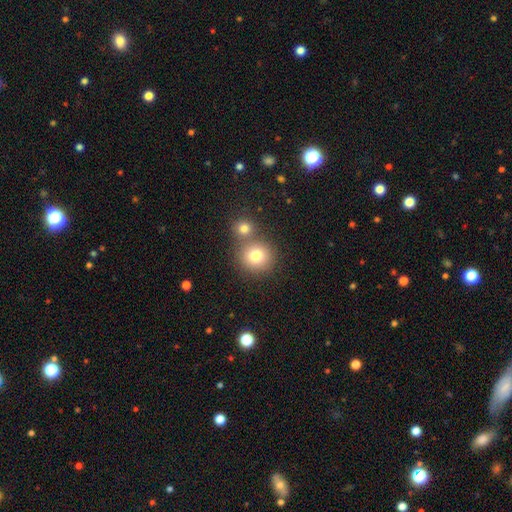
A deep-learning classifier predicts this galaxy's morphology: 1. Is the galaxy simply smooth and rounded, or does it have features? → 79% smooth, 12% star or artifact, 10% featured or disk.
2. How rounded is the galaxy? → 90% round, 10% in between, 1% cigar-shaped.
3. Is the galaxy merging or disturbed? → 62% none, 28% merger, 7% minor disturbance, 3% major disturbance.